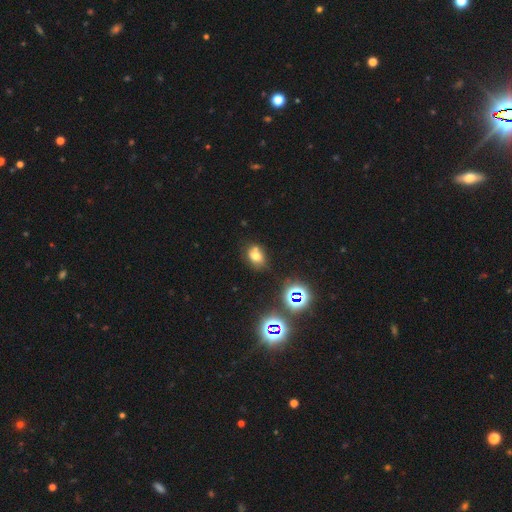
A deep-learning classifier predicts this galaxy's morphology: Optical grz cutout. It shows a smooth galaxy with no disk features (62%) that is in between round and cigar-shaped (62%). Merging: none (54%).